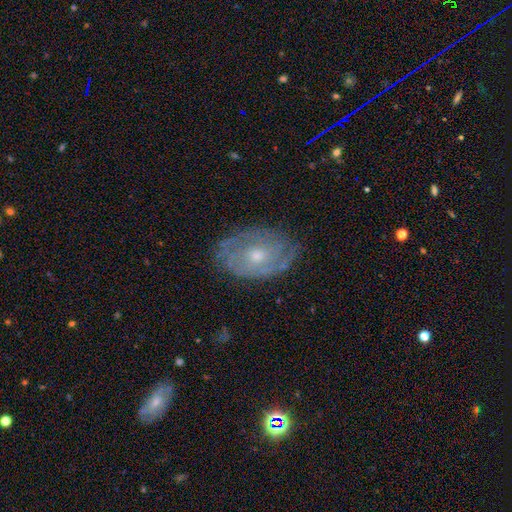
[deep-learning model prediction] Overall: featured or disk (69%). Edge-on disk: no (94%). Bar: no (74%). Spiral arms: yes (80%). Spiral arm count: can't tell (49%; 2 28%). Spiral winding: tight (68%). Bulge size: moderate (50%; small 45%). Merging: none (78%).